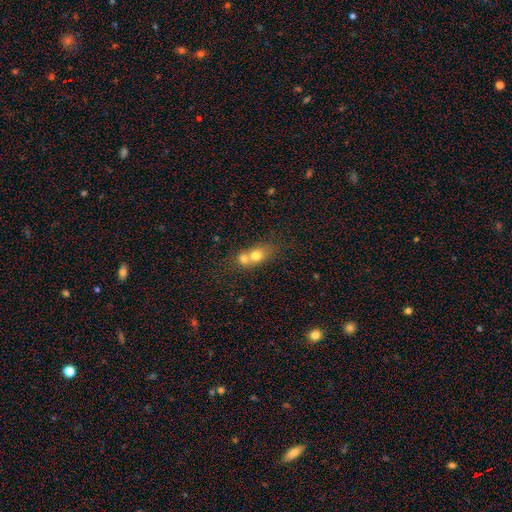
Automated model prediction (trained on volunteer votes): Smooth or featured? smooth (70%)
How rounded? round (50%)
Merging? merger (70%)